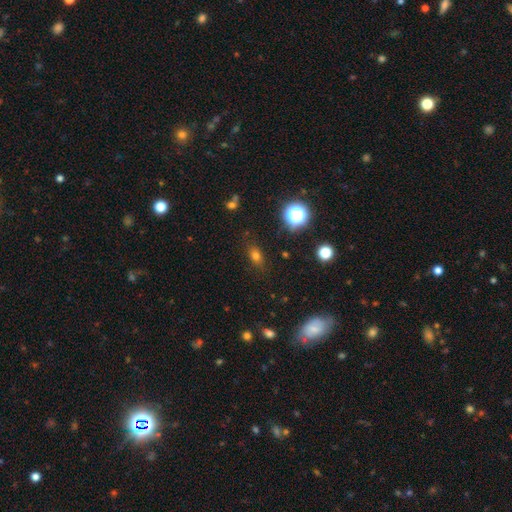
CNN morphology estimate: Smooth or featured? Predicted: smooth (p=0.72). How rounded? Predicted: in between (p=0.70). Merging? Predicted: none (p=0.83).